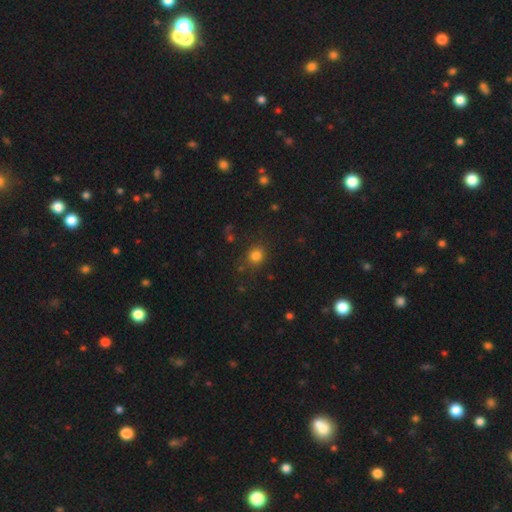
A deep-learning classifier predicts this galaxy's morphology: smooth 80%, star or artifact 15%, featured or disk 6%. Down the decision tree: how rounded — round (78%); merging — none (82%).